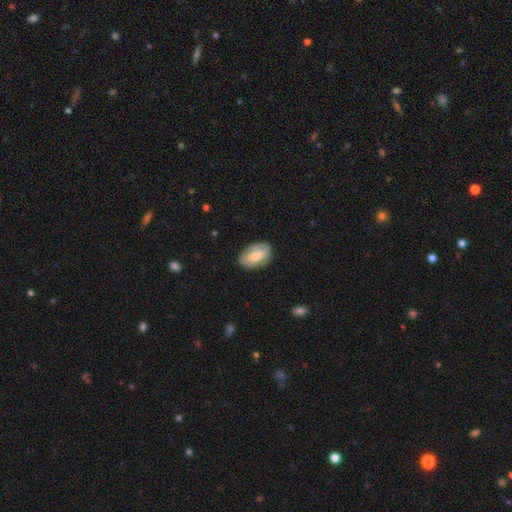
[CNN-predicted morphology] A smooth galaxy with no disk features (55%) that is in between round and cigar-shaped (88%). Merging: none (80%).